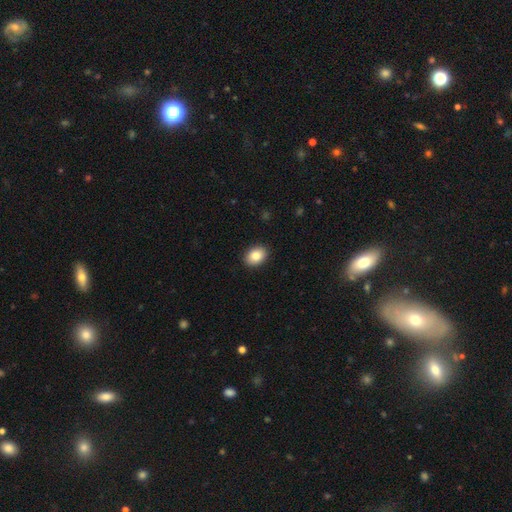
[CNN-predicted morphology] Q: Smooth or featured?
A: smooth (86%); runner-up: star or artifact (8%)
Q: How rounded?
A: in between (71%); runner-up: round (29%)
Q: Merging?
A: none (91%); runner-up: minor disturbance (7%)